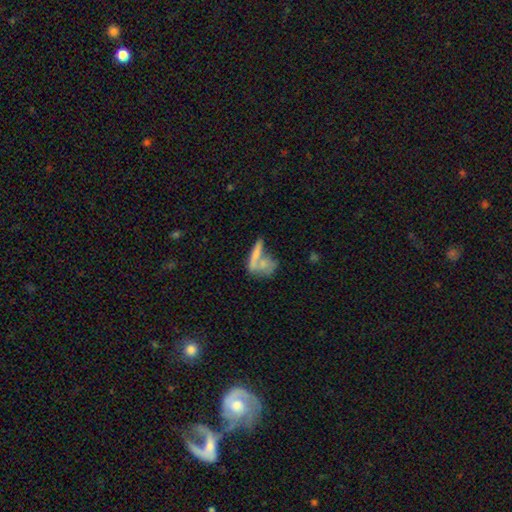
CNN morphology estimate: smooth-or-featured: smooth: 60% | featured or disk: 31% | star or artifact: 10%
  how-rounded: cigar-shaped: 55% | in between: 35% | round: 10%
  merging: merger: 47% | none: 36% | minor disturbance: 10% | major disturbance: 7%